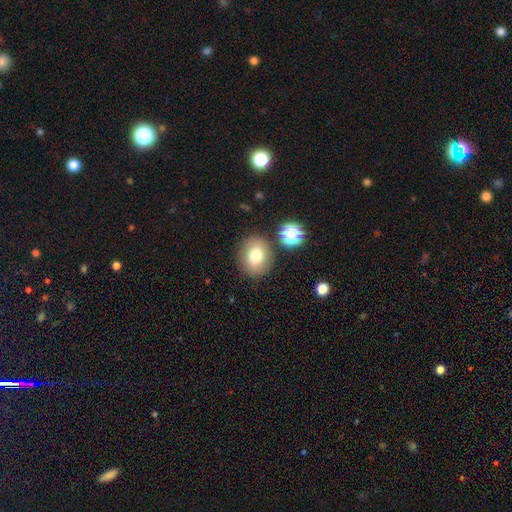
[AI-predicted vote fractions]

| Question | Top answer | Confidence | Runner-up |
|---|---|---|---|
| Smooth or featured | smooth | 76% | featured or disk (12%) |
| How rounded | round | 66% | in between (33%) |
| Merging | none | 83% | minor disturbance (9%) |